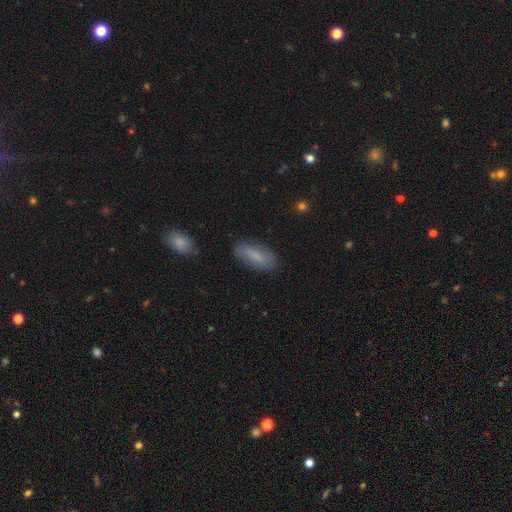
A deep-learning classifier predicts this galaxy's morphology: This is likely a smooth galaxy (80%). How rounded: likely in between (77%). Merging: likely none (80%).